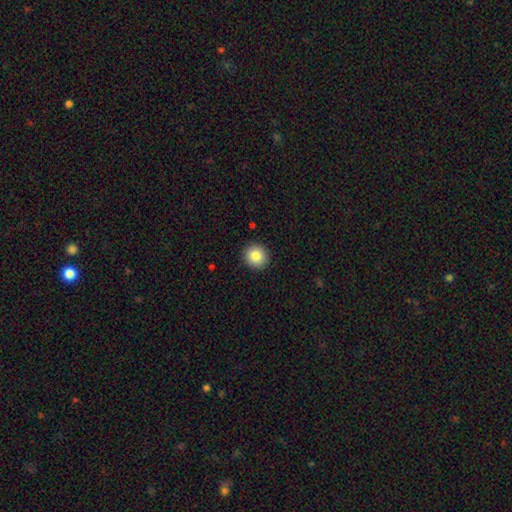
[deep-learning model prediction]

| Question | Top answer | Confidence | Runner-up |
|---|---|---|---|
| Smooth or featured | smooth | 83% | star or artifact (9%) |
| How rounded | round | 94% | in between (5%) |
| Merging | none | 92% | minor disturbance (5%) |